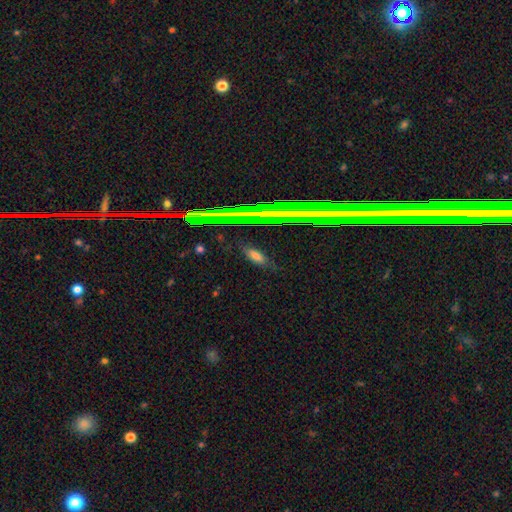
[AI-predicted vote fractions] Smooth or featured: smooth — 66% (star or artifact — 22%)
How rounded: in between — 78% (cigar-shaped — 17%)
Merging: none — 79% (minor disturbance — 16%)